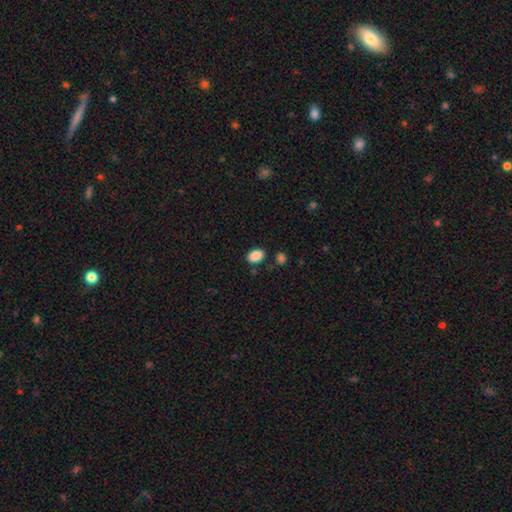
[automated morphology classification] This is clearly a smooth galaxy (89%). How rounded: clearly in between (80%). Merging: clearly none (81%).